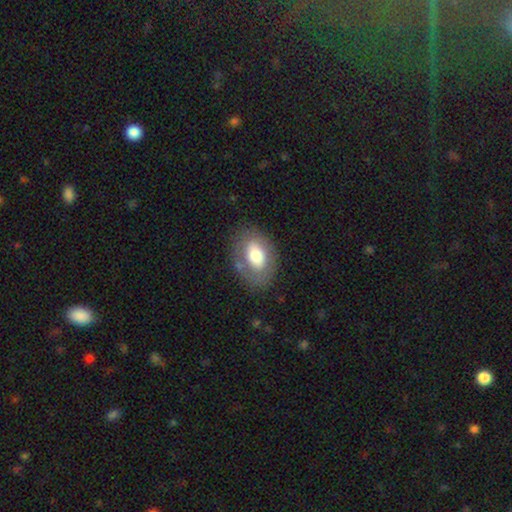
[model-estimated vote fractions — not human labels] A smooth galaxy with no disk features (64%) that is in between round and cigar-shaped (84%).

Vote fractions:
- Smooth or featured? smooth: 64% / featured or disk: 28% / star or artifact: 8%
- How rounded? in between: 84% / round: 14% / cigar-shaped: 1%
- Merging? none: 75% / minor disturbance: 16% / major disturbance: 7% / merger: 2%